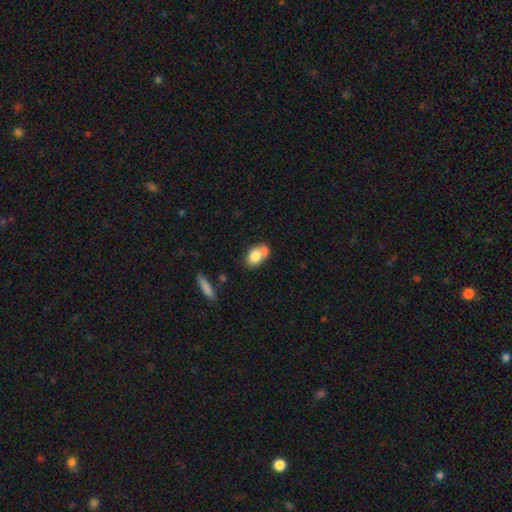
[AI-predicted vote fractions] smooth_or_featured: smooth (p=0.75) [alt: featured or disk p=0.17]
how_rounded: in between (p=0.79) [alt: round p=0.19]
merging: none (p=0.39) [alt: merger p=0.37]